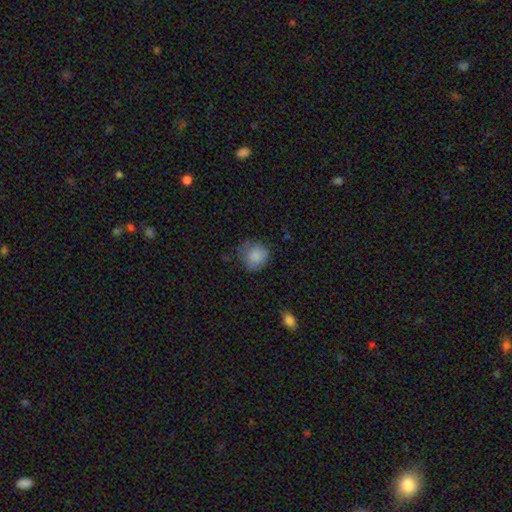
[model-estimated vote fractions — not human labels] Smooth or featured: smooth — 84% (star or artifact — 8%)
How rounded: round — 85% (in between — 14%)
Merging: none — 60% (minor disturbance — 29%)